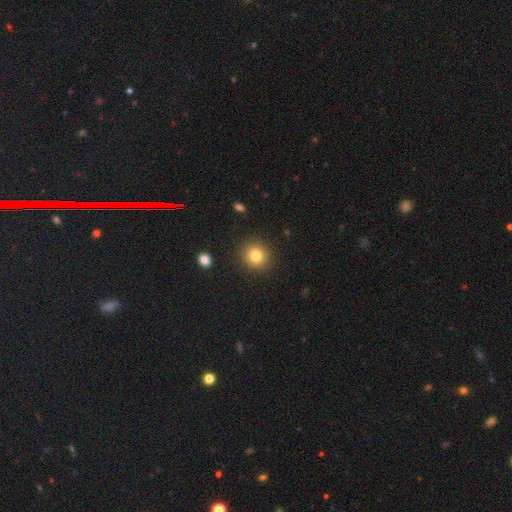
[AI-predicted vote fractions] This appears to be a smooth galaxy with no disk features (81%) that is round (91%). Merging: none (90%).